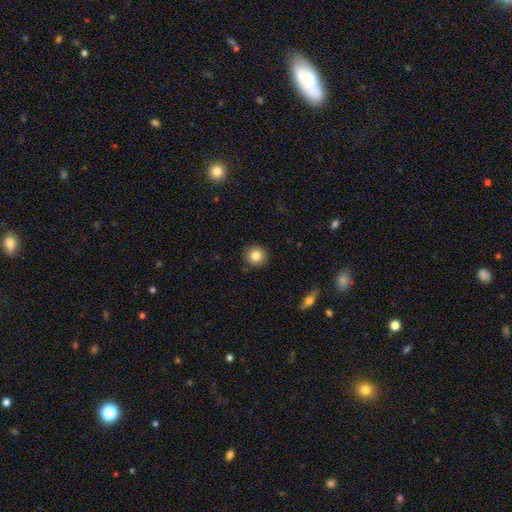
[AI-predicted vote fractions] Q: Smooth or featured?
A: smooth (82%); runner-up: star or artifact (10%)
Q: How rounded?
A: round (93%); runner-up: in between (6%)
Q: Merging?
A: none (91%); runner-up: minor disturbance (6%)